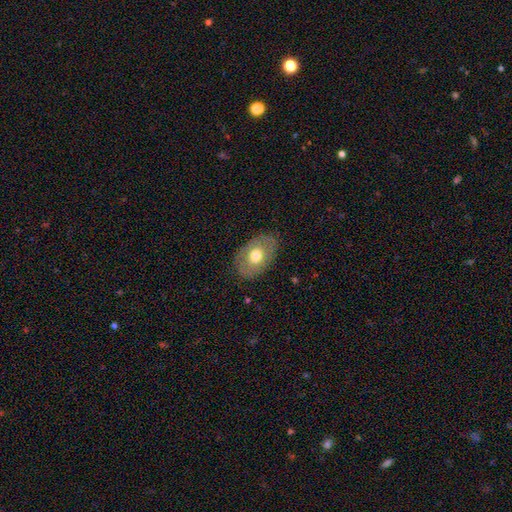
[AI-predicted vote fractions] This appears to be a smooth galaxy with no disk features (59%) that is in between round and cigar-shaped (84%). Merging: none (82%).